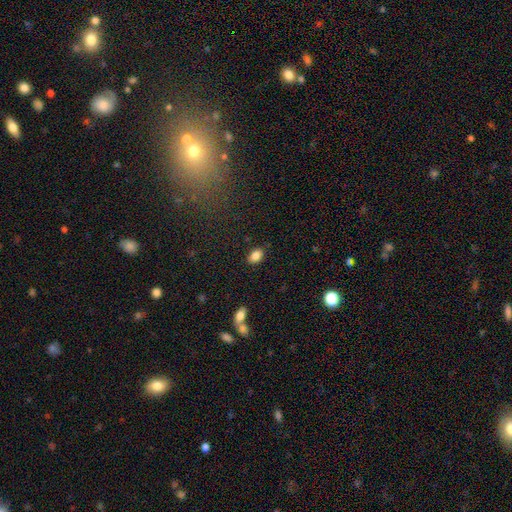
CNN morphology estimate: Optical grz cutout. It shows a smooth galaxy with no disk features (86%) that is in between round and cigar-shaped (85%). Merging: none (85%).